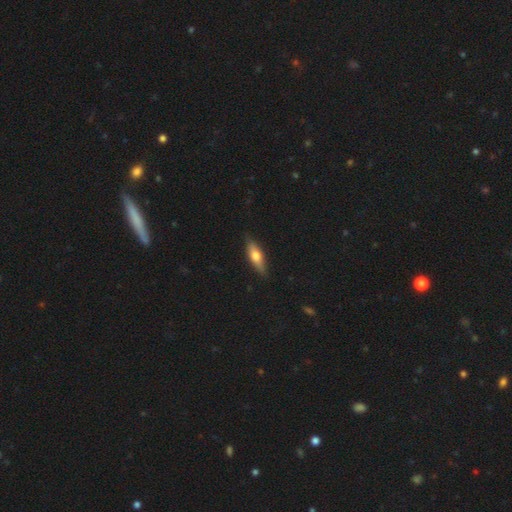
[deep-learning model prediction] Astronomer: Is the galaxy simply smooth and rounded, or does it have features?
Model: smooth — 59% (runner-up: featured or disk, 35%).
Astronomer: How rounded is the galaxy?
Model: in between — 50% (runner-up: cigar-shaped, 47%).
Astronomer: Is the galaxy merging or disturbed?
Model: none — 86%.